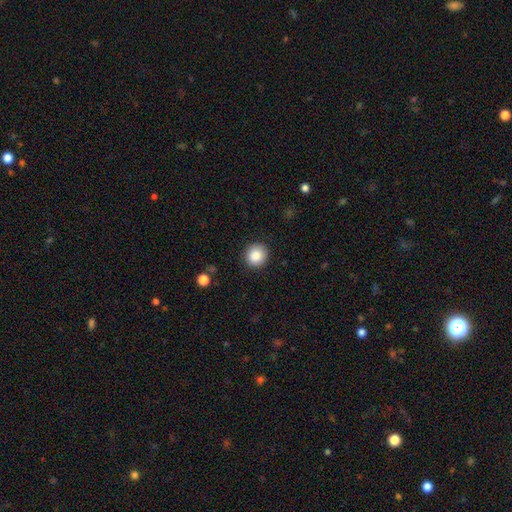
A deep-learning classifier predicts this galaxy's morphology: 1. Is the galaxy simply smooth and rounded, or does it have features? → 87% smooth, 9% star or artifact, 4% featured or disk.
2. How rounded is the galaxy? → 89% round, 10% in between, 1% cigar-shaped.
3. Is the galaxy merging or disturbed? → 89% none, 8% minor disturbance, 2% major disturbance, 1% merger.